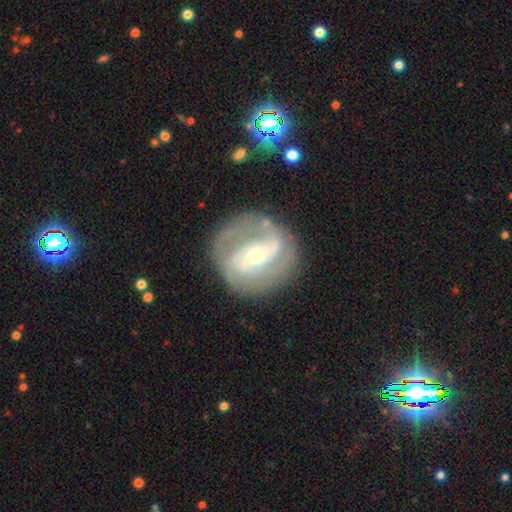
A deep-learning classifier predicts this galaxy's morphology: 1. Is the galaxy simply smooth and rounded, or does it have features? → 83% featured or disk, 11% smooth, 6% star or artifact.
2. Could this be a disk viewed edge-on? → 97% no, 3% yes.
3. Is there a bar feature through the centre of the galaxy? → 41% weak, 33% strong, 27% no.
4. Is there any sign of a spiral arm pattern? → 92% yes, 8% no.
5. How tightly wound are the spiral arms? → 45% medium, 36% tight, 19% loose.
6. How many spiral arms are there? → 65% 2, 13% can't tell, 12% 3, 4% 1, 3% 4, 3% more than 4.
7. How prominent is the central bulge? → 55% small, 40% moderate, 3% large, 1% none, 1% dominant.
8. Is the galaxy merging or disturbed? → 74% none, 15% minor disturbance, 9% major disturbance, 2% merger.